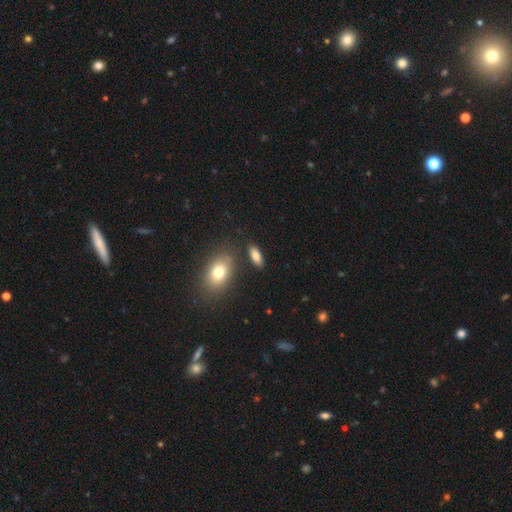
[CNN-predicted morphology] This is clearly a smooth galaxy (80%). How rounded: likely in between (75%). Merging: clearly none (83%).